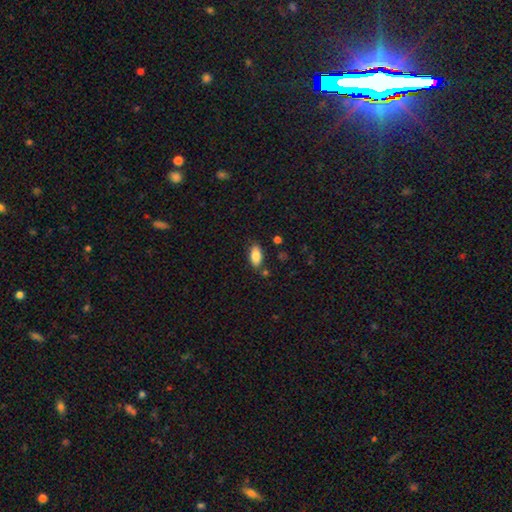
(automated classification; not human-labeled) smooth_or_featured: smooth (p=0.85) [alt: featured or disk p=0.08]
how_rounded: in between (p=0.91) [alt: cigar-shaped p=0.06]
merging: none (p=0.81) [alt: minor disturbance p=0.12]